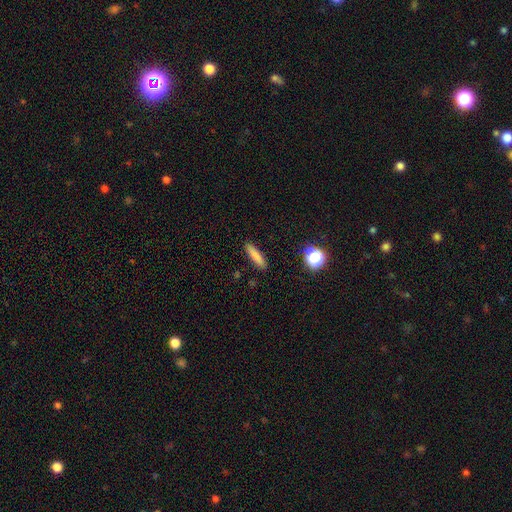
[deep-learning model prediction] smooth 80%, featured or disk 11%, star or artifact 9%. Down the decision tree: how rounded — cigar-shaped (83%); merging — none (90%).